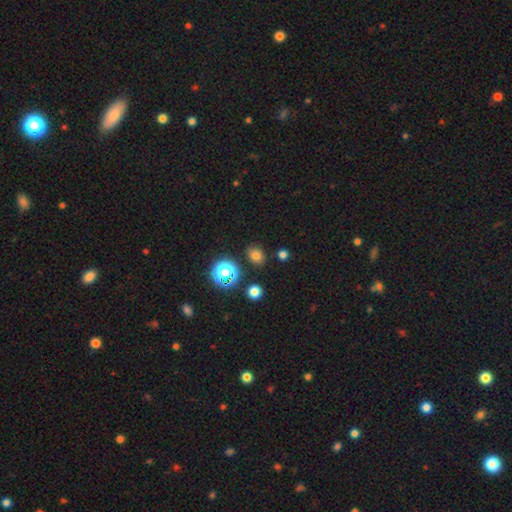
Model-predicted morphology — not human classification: A smooth galaxy with no disk features (73%) that is in between round and cigar-shaped (52%). Merging: none (84%).